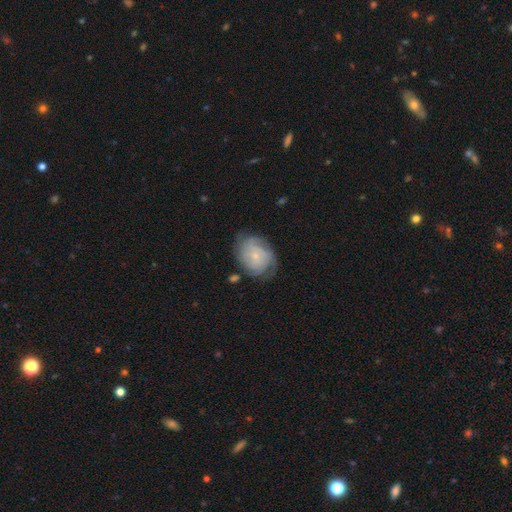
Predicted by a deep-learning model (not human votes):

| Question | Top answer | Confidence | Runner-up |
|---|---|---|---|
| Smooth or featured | featured or disk | 62% | smooth (30%) |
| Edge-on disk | no | 97% | yes (3%) |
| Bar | no | 76% | weak (21%) |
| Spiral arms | yes | 88% | no (12%) |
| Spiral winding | tight | 60% | medium (30%) |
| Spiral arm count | can't tell | 43% | 3 (18%) |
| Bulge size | small | 73% | moderate (19%) |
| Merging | none | 66% | minor disturbance (22%) |